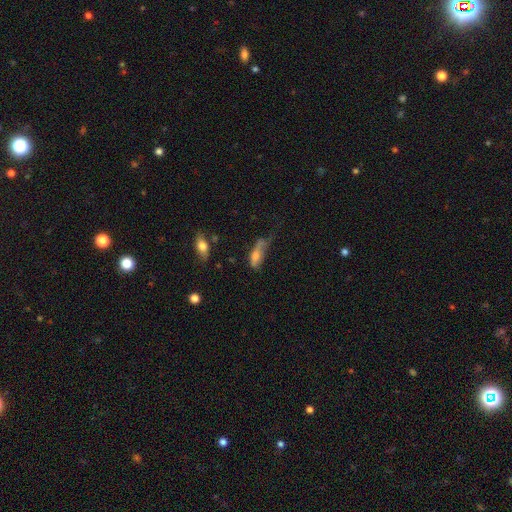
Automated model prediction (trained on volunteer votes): smooth-or-featured: smooth: 63% | featured or disk: 28% | star or artifact: 10%
  how-rounded: in between: 65% | cigar-shaped: 31% | round: 4%
  merging: major disturbance: 40% | minor disturbance: 30% | none: 24% | merger: 6%